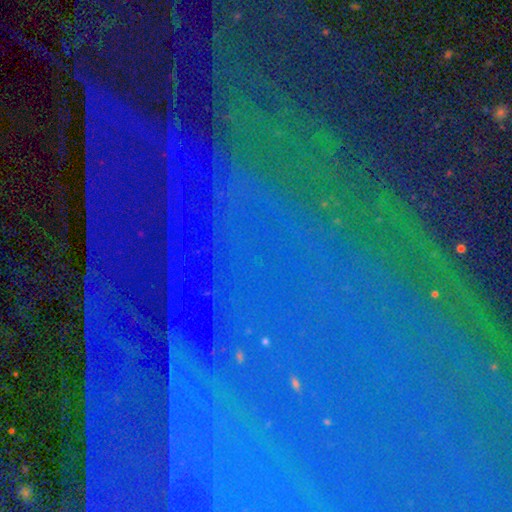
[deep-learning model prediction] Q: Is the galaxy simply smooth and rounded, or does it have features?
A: star or artifact — 87%.